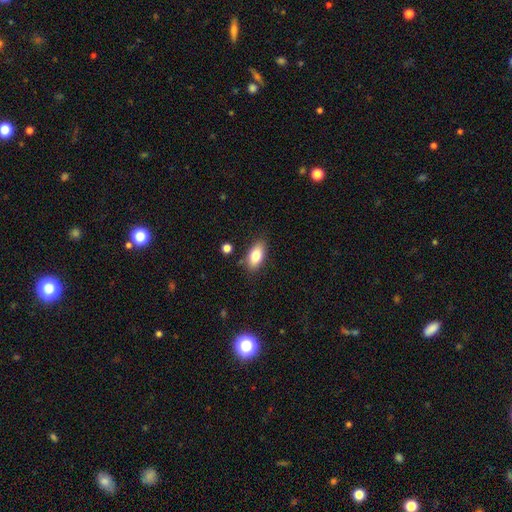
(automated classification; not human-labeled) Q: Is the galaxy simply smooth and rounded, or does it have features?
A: smooth — 80%.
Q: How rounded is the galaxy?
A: in between — 88%.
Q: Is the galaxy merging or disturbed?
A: none — 82%.